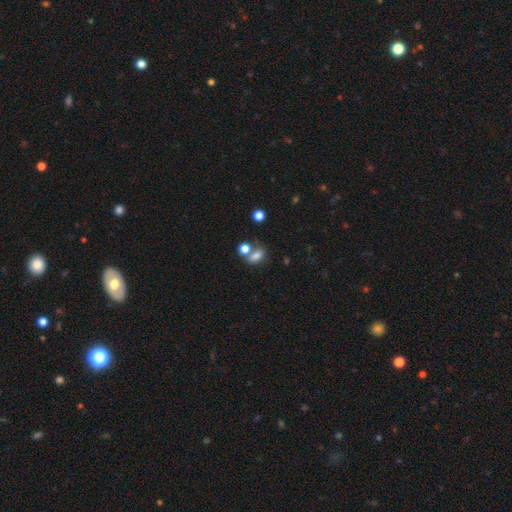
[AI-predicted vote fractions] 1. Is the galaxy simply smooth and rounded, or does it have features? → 77% smooth, 13% star or artifact, 10% featured or disk.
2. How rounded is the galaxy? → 75% in between, 22% round, 3% cigar-shaped.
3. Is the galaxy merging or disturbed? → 44% none, 37% merger, 13% minor disturbance, 6% major disturbance.